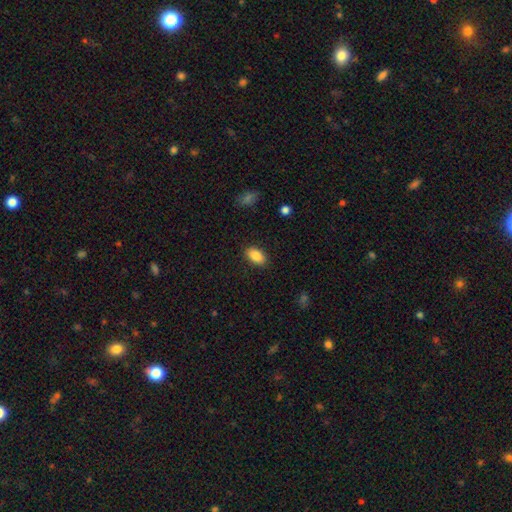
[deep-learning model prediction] Smooth or featured: smooth — 88% (star or artifact — 8%)
How rounded: in between — 92% (round — 6%)
Merging: none — 88% (minor disturbance — 9%)